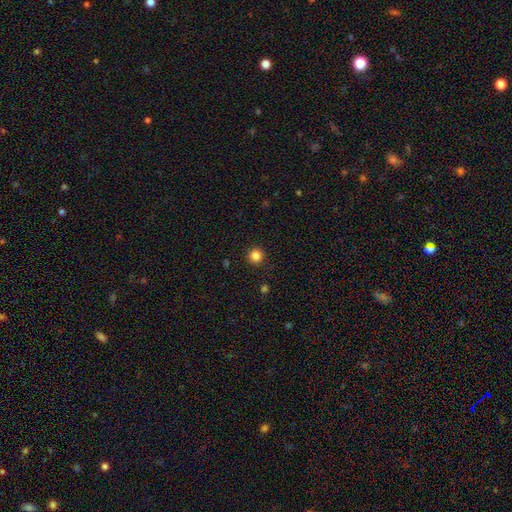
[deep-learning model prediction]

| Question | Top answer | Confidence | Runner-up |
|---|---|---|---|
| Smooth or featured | smooth | 84% | star or artifact (12%) |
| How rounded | round | 96% | in between (3%) |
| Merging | none | 93% | minor disturbance (5%) |